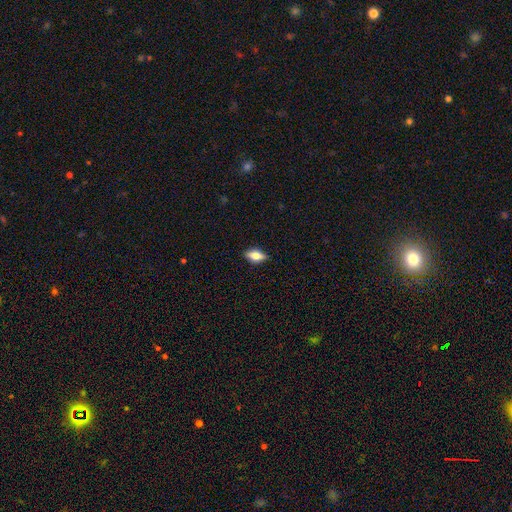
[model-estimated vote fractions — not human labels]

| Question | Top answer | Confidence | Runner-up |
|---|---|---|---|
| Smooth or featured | smooth | 66% | featured or disk (26%) |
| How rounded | in between | 83% | cigar-shaped (12%) |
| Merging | none | 85% | minor disturbance (12%) |